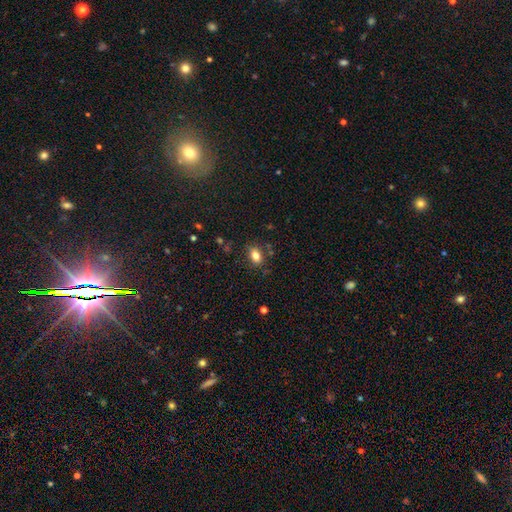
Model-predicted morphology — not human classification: type=smooth (81%); roundness=in between (81%); merging=none (80%).